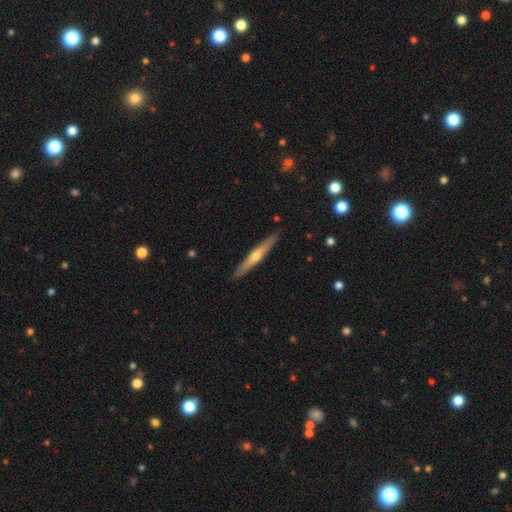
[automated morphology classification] Smooth or featured? Predicted: featured or disk (p=0.60). Edge-on disk? Predicted: yes (p=0.96). Edge-on bulge? Predicted: rounded (p=0.80). Merging? Predicted: none (p=0.91).